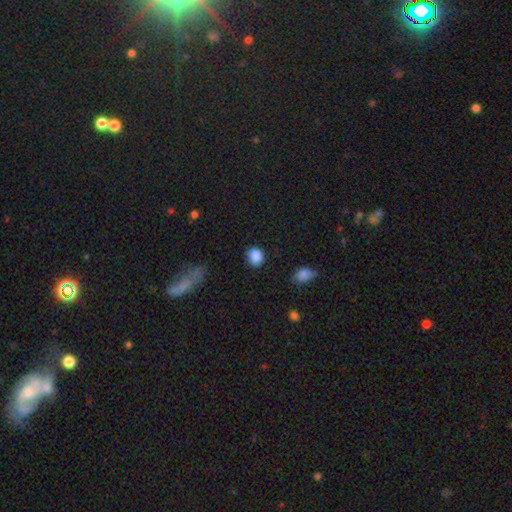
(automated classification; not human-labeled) Morphology: type=smooth (87%); roundness=round (65%); merging=none (79%).